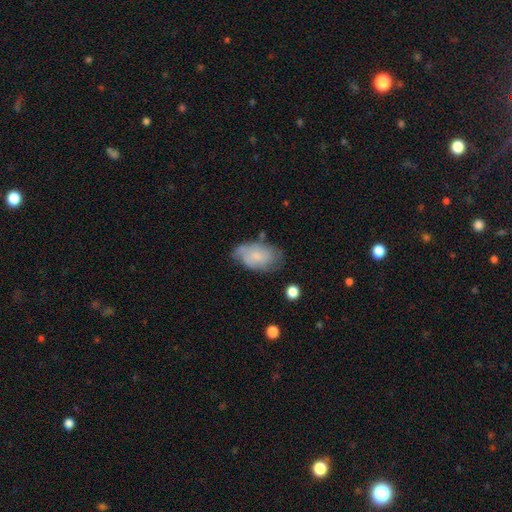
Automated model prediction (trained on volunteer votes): smooth-or-featured: smooth: 59% | featured or disk: 34% | star or artifact: 8%
  how-rounded: in between: 93% | round: 6% | cigar-shaped: 2%
  merging: none: 56% | minor disturbance: 30% | major disturbance: 10% | merger: 4%